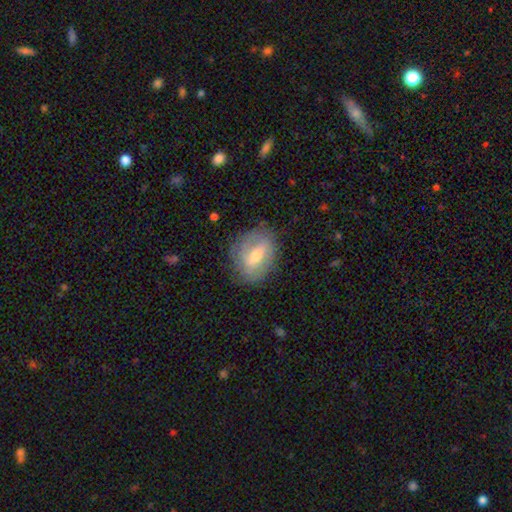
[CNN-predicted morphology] Smooth or featured? smooth (49%)
Merging? none (75%)